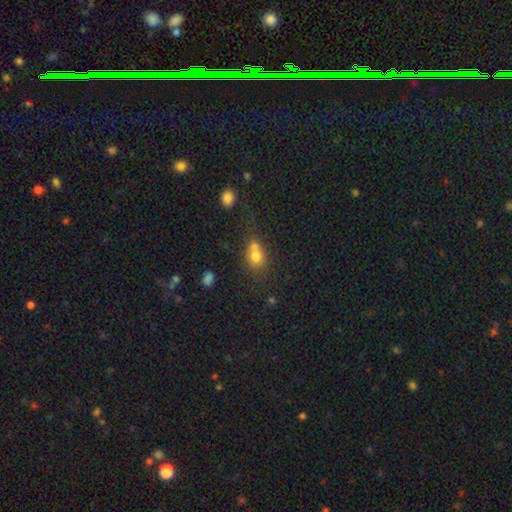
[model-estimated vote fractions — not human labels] This is likely a smooth galaxy (73%). How rounded: likely round (69%). Merging: possibly merger (53%).